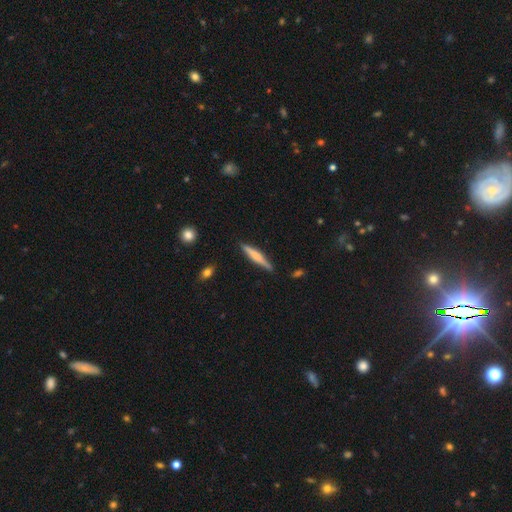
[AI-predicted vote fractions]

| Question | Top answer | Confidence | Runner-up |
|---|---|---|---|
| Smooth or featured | smooth | 53% | featured or disk (42%) |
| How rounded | cigar-shaped | 92% | in between (7%) |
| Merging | none | 88% | minor disturbance (9%) |